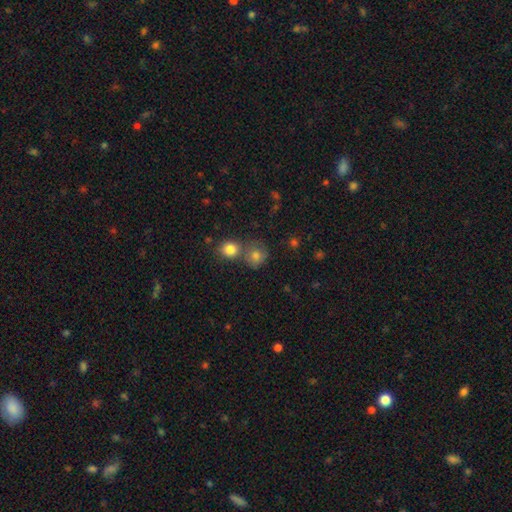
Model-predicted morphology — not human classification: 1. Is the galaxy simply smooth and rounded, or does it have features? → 80% smooth, 11% star or artifact, 9% featured or disk.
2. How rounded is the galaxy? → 82% round, 17% in between, 1% cigar-shaped.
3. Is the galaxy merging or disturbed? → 50% none, 35% merger, 11% minor disturbance, 4% major disturbance.